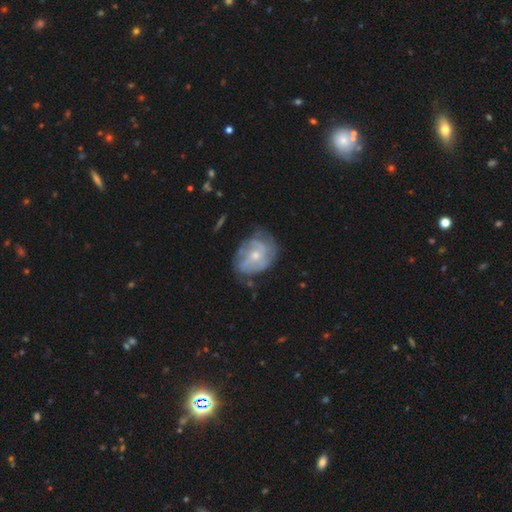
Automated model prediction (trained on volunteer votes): Morphology: type=featured or disk (66%); edge-on=no (97%); bar=no (71%); spiral arms=yes (70%); bulge=small (55%); merging=none (56%).